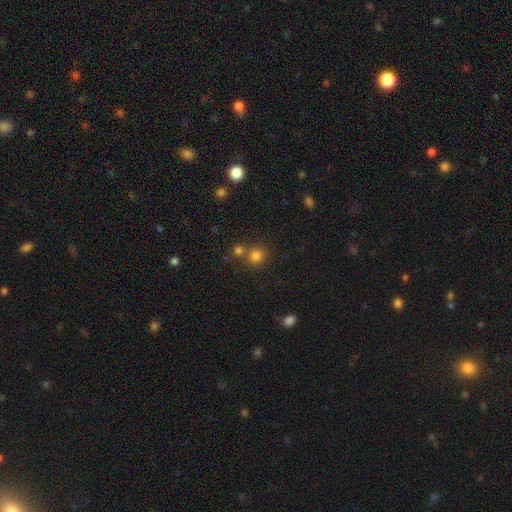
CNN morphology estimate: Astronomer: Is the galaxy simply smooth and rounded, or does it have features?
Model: smooth — 78%.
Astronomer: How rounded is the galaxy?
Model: round — 88%.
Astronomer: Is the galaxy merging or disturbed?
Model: none — 64%.